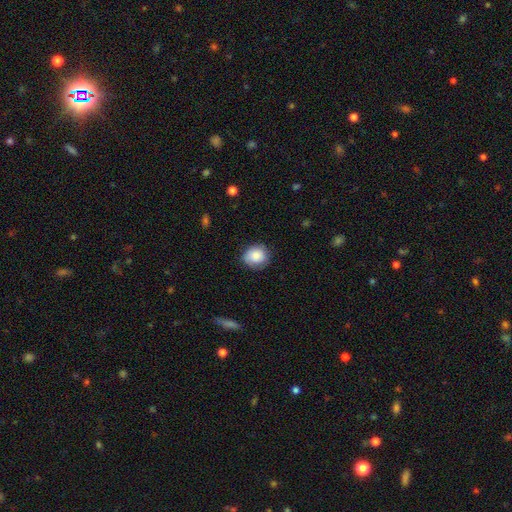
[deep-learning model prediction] smooth 81%, featured or disk 11%, star or artifact 8%. Down the decision tree: how rounded — round (75%); merging — none (76%).